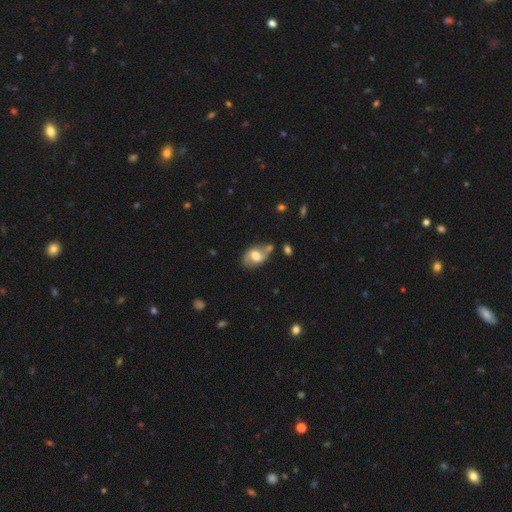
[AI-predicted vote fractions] Morphology: type=featured or disk (59%); edge-on=no (95%); bar=weak (47%); spiral arms=yes (80%); bulge=moderate (41%); merging=none (56%).